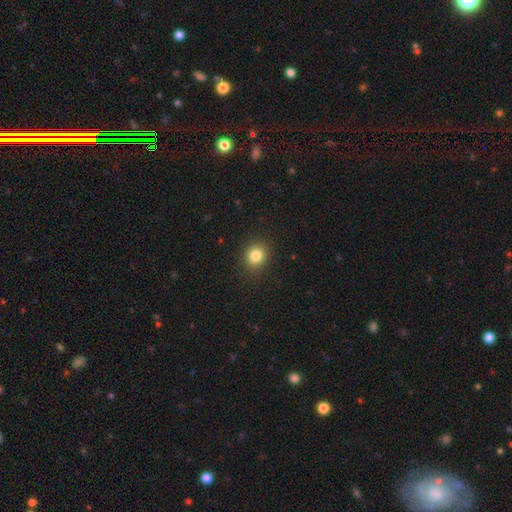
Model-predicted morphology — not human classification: smooth-or-featured: smooth: 83% | star or artifact: 12% | featured or disk: 6%
  how-rounded: round: 75% | in between: 24% | cigar-shaped: 1%
  merging: none: 89% | minor disturbance: 7% | major disturbance: 2% | merger: 1%